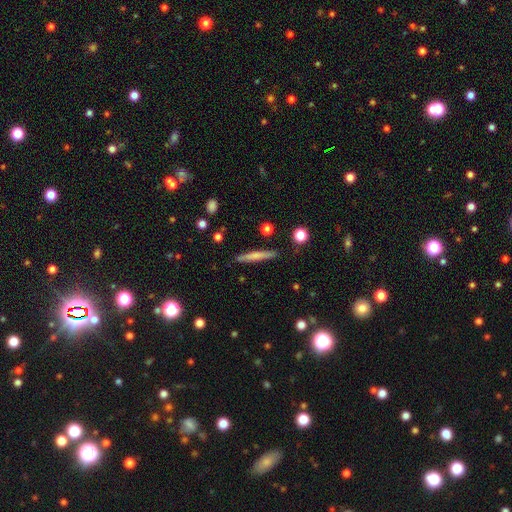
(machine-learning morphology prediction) type=smooth (63%); roundness=cigar-shaped (95%); merging=none (88%).